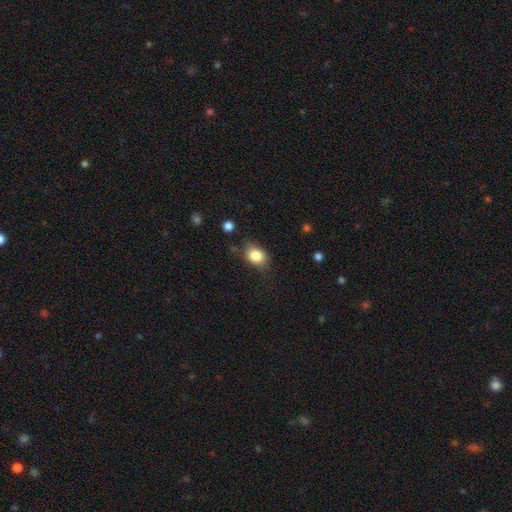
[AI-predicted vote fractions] Overall: smooth (83%). How rounded: in between (61%; round 38%). Merging: none (73%).